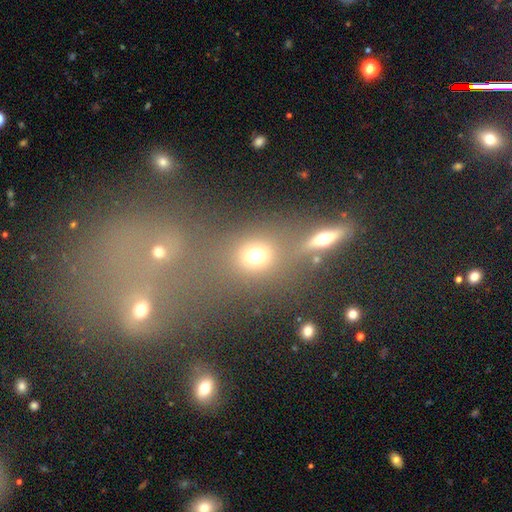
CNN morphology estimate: This appears to be a smooth galaxy with no disk features (59%) that is round (66%). Merging: none (57%).